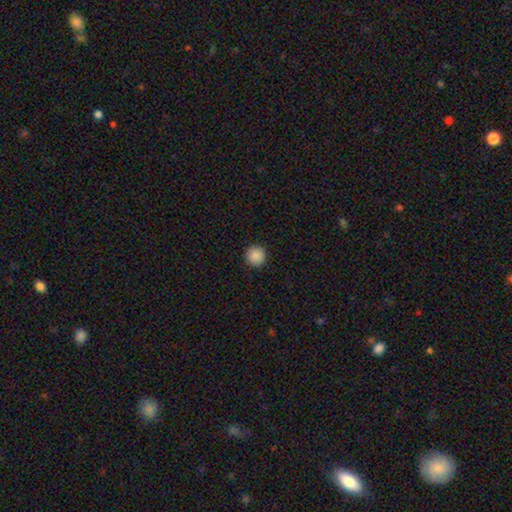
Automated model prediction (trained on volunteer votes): A smooth galaxy with no disk features (88%) that is round (95%).

Vote fractions:
- Smooth or featured? smooth: 88% / star or artifact: 9% / featured or disk: 3%
- How rounded? round: 95% / in between: 4% / cigar-shaped: 1%
- Merging? none: 93% / minor disturbance: 5% / major disturbance: 2% / merger: 1%